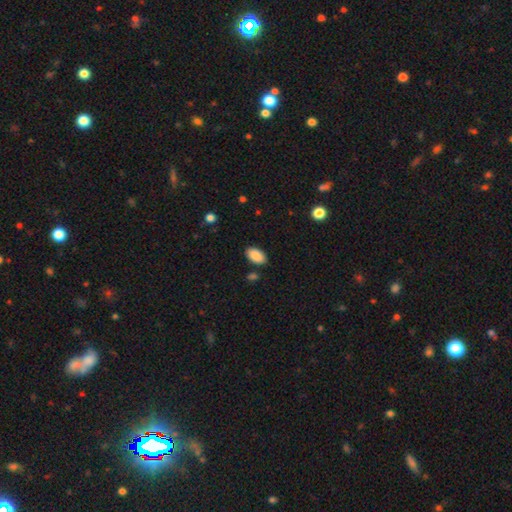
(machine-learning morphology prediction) This appears to be a smooth galaxy with no disk features (89%) that is in between round and cigar-shaped (94%). Merging: none (86%).